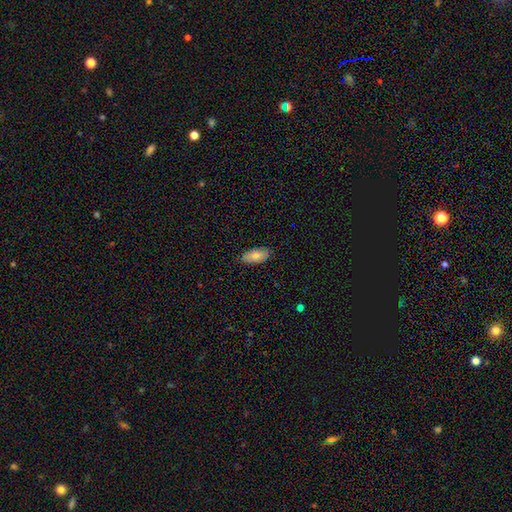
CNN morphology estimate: smooth-or-featured: smooth: 78% | featured or disk: 15% | star or artifact: 6%
  how-rounded: in between: 91% | cigar-shaped: 6% | round: 2%
  merging: none: 86% | minor disturbance: 11% | major disturbance: 2% | merger: 1%